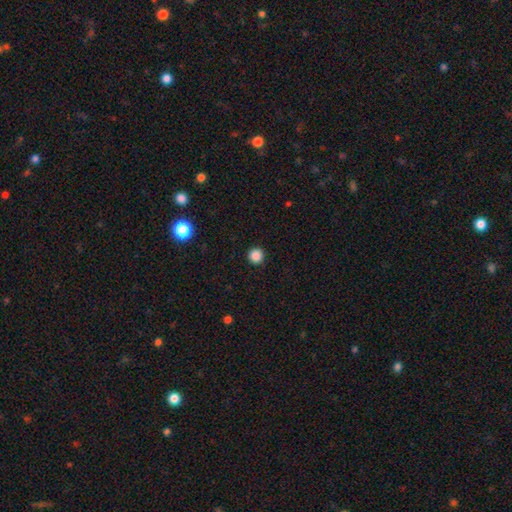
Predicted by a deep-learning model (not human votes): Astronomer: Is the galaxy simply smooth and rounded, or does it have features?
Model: smooth — 87%.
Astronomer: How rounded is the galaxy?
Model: round — 96%.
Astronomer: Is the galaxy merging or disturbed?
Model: none — 93%.